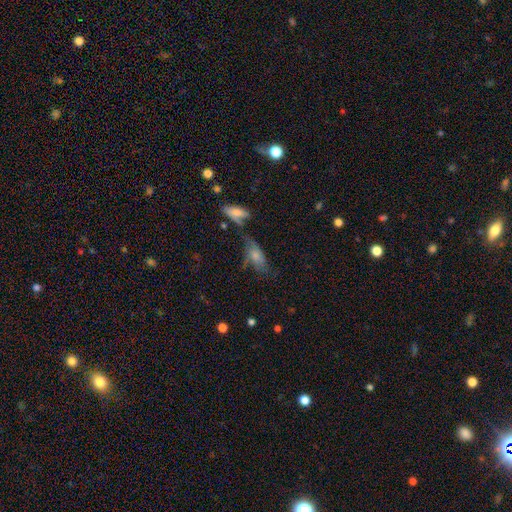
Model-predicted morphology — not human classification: This is possibly a smooth galaxy (58%). How rounded: clearly in between (83%). Merging: marginally none (32%).